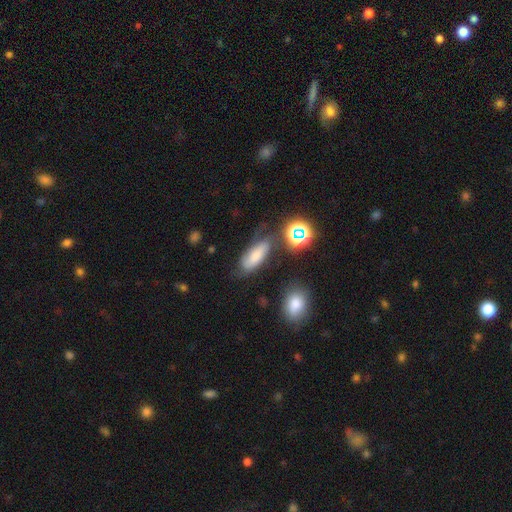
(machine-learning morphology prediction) Q: Smooth or featured?
A: smooth (62%); runner-up: featured or disk (23%)
Q: How rounded?
A: in between (73%); runner-up: cigar-shaped (23%)
Q: Merging?
A: none (56%); runner-up: minor disturbance (25%)